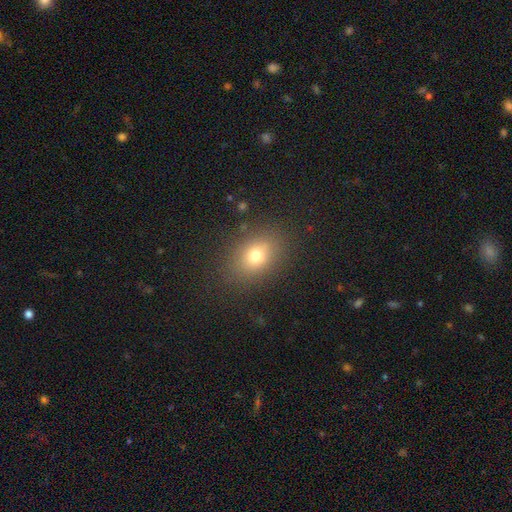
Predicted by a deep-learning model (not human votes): This is likely a smooth galaxy (74%). How rounded: likely in between (67%). Merging: clearly none (84%).